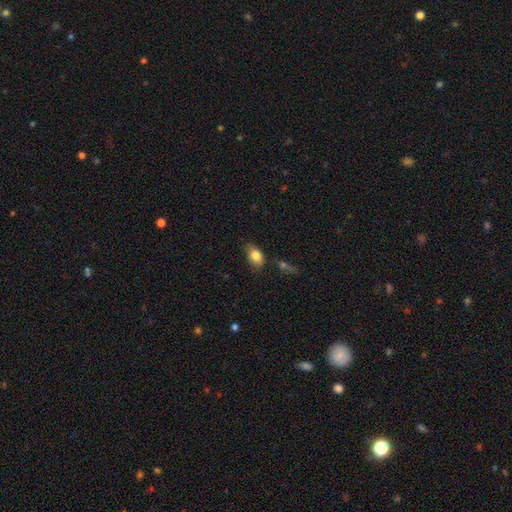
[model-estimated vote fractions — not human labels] Q: Smooth or featured?
A: smooth (81%); runner-up: featured or disk (12%)
Q: How rounded?
A: in between (87%); runner-up: round (11%)
Q: Merging?
A: none (64%); runner-up: minor disturbance (24%)